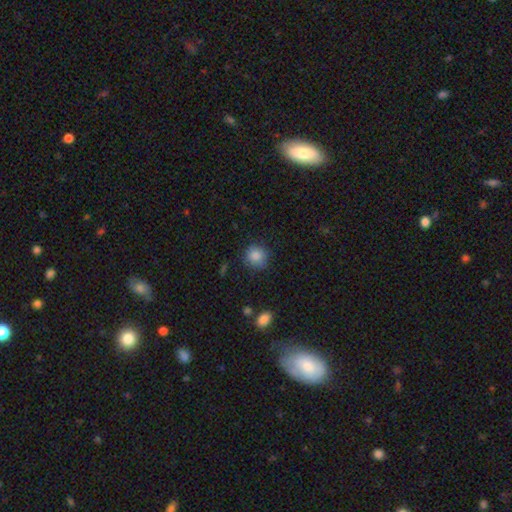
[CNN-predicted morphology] type=smooth (86%); roundness=round (89%); merging=none (82%).